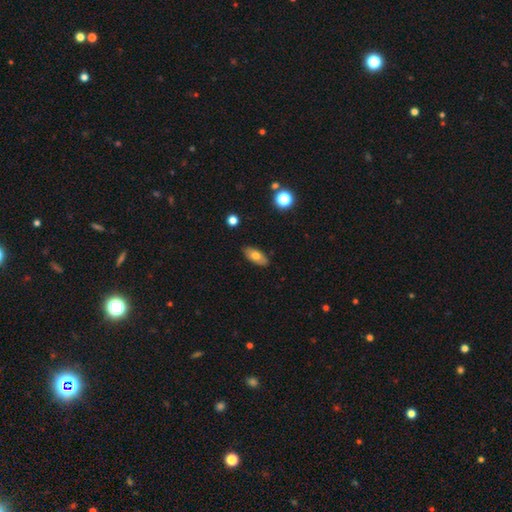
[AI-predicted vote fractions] smooth 70%, featured or disk 22%, star or artifact 8%. Down the decision tree: how rounded — in between (86%); merging — none (87%).